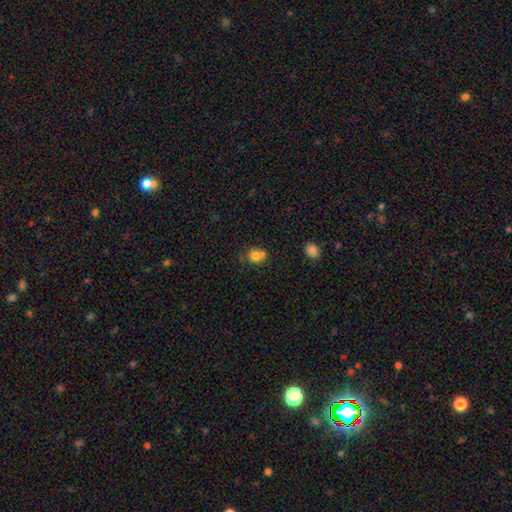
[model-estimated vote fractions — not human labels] Smooth or featured? Predicted: smooth (p=0.76). How rounded? Predicted: round (p=0.77). Merging? Predicted: none (p=0.44).